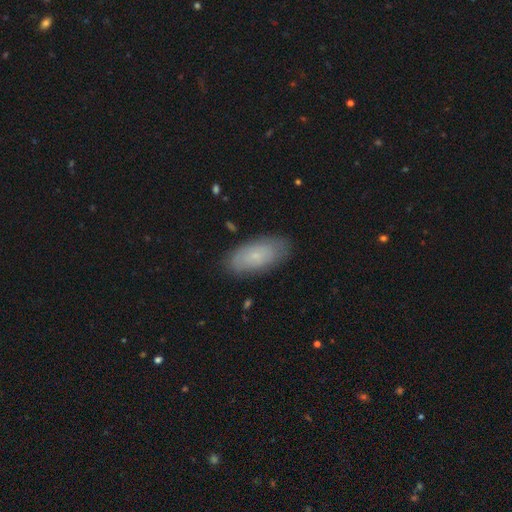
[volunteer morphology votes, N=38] smooth_or_featured: featured or disk (p=0.47) [alt: smooth p=0.45]
disk_edge_on: no (p=0.67) [alt: yes p=0.33]
bar: no (p=0.92) [alt: weak p=0.08]
has_spiral_arms: no (p=0.75) [alt: yes p=0.25]
bulge_size: small (p=1.00)
merging: none (p=0.80) [alt: minor disturbance p=0.11]